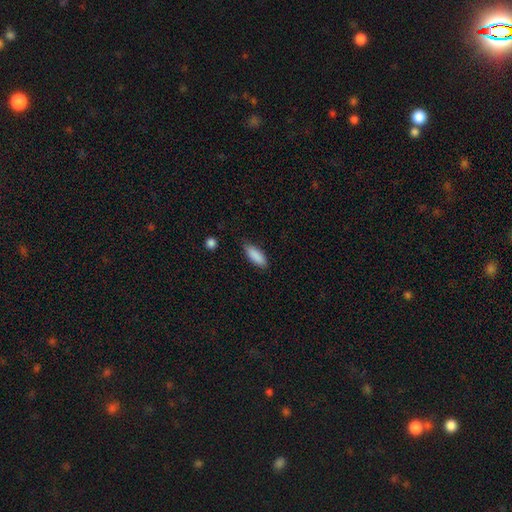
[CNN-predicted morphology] smooth-or-featured: smooth: 88% | star or artifact: 6% | featured or disk: 5%
  how-rounded: in between: 71% | cigar-shaped: 27% | round: 2%
  merging: none: 79% | minor disturbance: 16% | major disturbance: 3% | merger: 2%